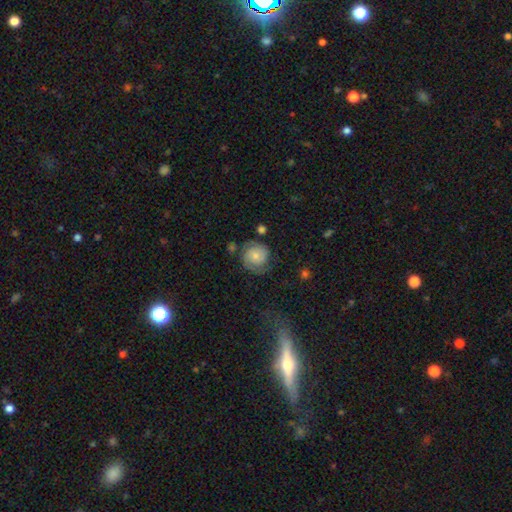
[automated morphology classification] A featured or disk galaxy (55%) with no bar (73%), spiral arms (89%) and a small central bulge (50%). Merging: none (64%).